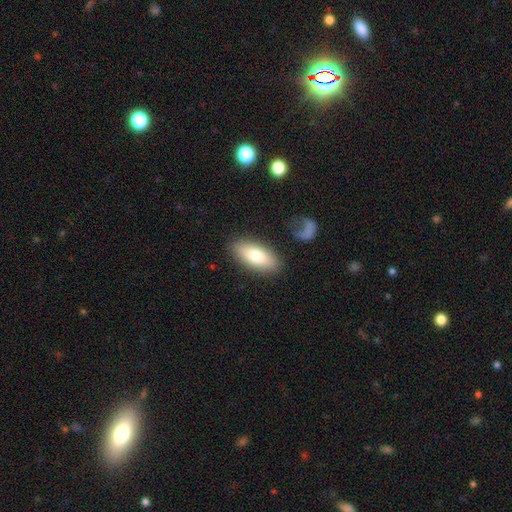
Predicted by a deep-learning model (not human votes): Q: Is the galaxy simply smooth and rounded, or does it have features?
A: smooth — 79%.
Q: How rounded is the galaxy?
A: in between — 87%.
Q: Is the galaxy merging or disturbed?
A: none — 83%.